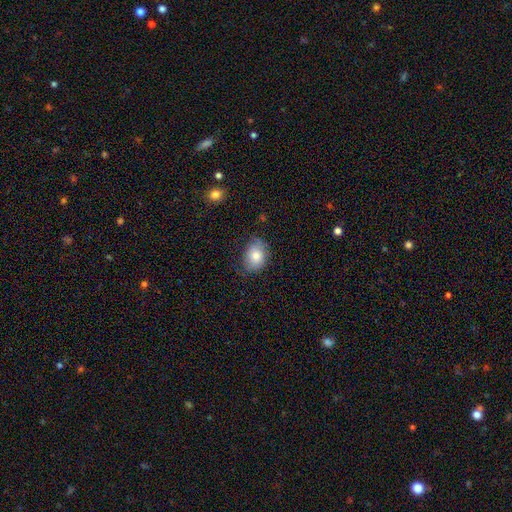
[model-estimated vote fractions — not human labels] Morphology: type=smooth (79%); roundness=in between (70%); merging=none (69%).